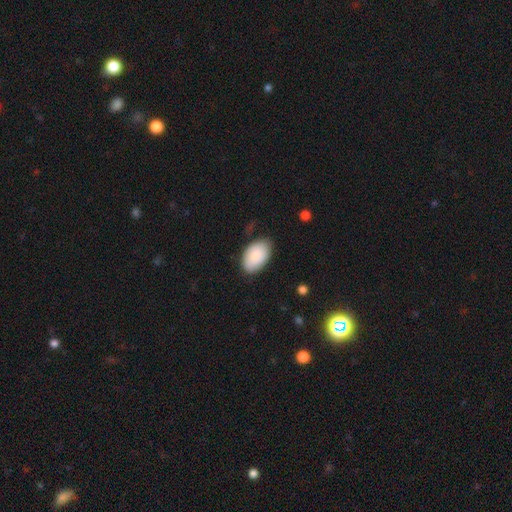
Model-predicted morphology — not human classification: smooth 86%, featured or disk 8%, star or artifact 6%. Down the decision tree: how rounded — in between (93%); merging — none (78%).